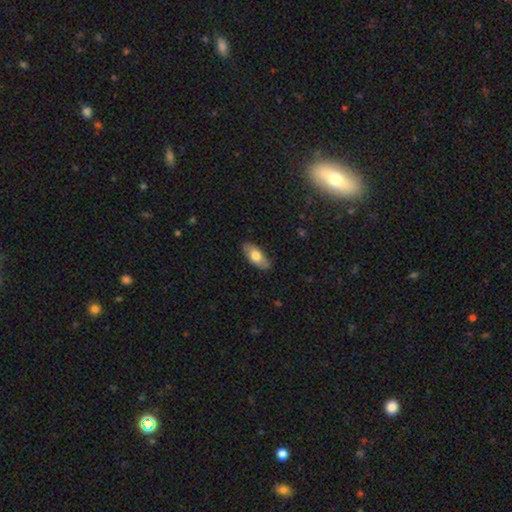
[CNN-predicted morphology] Smooth or featured: smooth — 68% (featured or disk — 27%)
How rounded: in between — 88% (cigar-shaped — 9%)
Merging: none — 85% (minor disturbance — 12%)